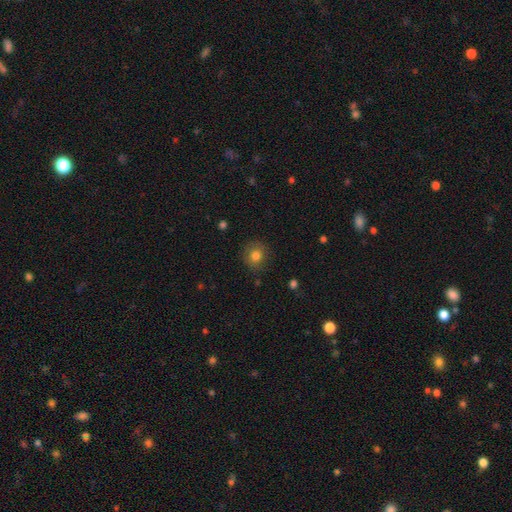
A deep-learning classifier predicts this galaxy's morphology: type=smooth (80%); roundness=round (85%); merging=none (84%).